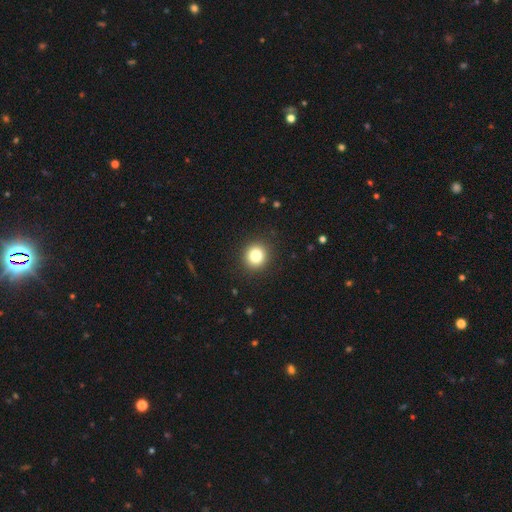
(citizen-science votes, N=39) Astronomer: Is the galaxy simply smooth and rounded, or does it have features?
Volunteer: smooth — 87%.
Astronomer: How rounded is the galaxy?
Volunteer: round — 82%.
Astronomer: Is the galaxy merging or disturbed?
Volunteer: none — 89%.